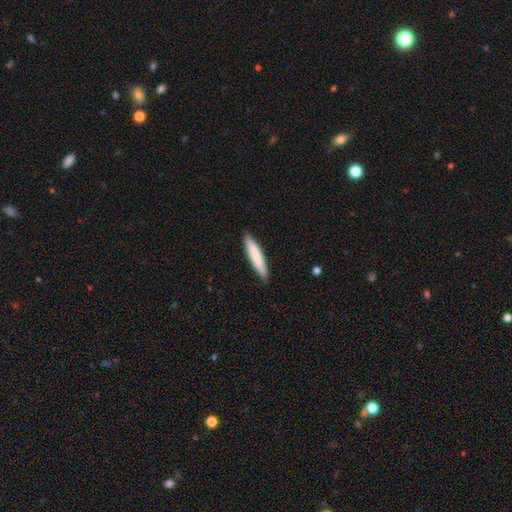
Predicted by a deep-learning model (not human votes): Smooth or featured? smooth (80%)
How rounded? cigar-shaped (91%)
Merging? none (89%)